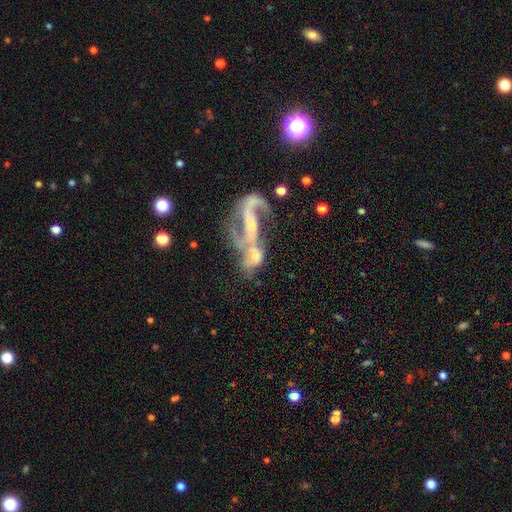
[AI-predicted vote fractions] Q: Smooth or featured?
A: featured or disk (73%); runner-up: smooth (18%)
Q: Edge-on disk?
A: no (95%); runner-up: yes (5%)
Q: Bar?
A: no (47%); runner-up: weak (34%)
Q: Spiral arms?
A: yes (75%); runner-up: no (25%)
Q: Spiral winding?
A: loose (68%); runner-up: medium (25%)
Q: Spiral arm count?
A: 2 (63%); runner-up: 1 (21%)
Q: Bulge size?
A: small (41%); runner-up: moderate (34%)
Q: Merging?
A: merger (64%); runner-up: major disturbance (16%)